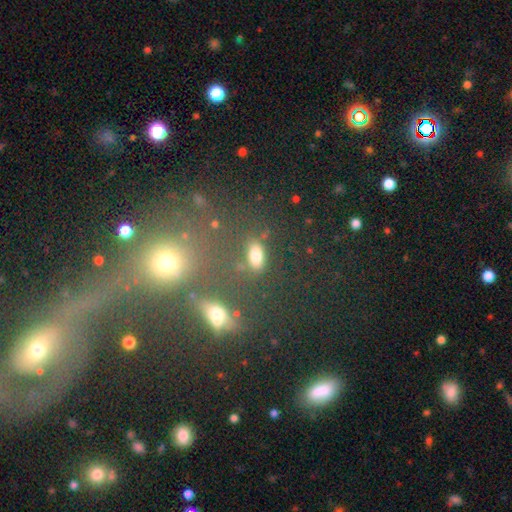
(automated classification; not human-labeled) Morphology: type=smooth (77%); roundness=in between (85%); merging=none (74%).